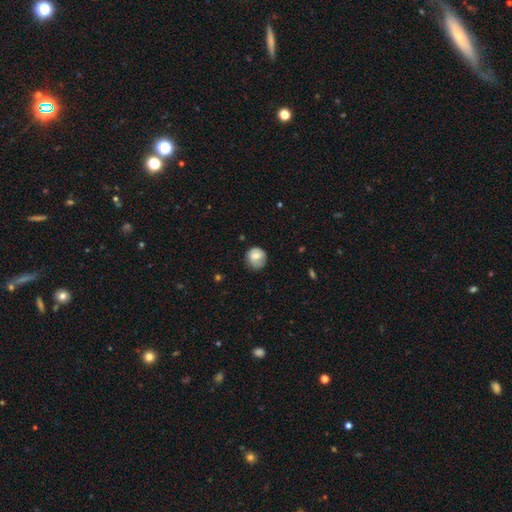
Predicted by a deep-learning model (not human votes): smooth_or_featured: smooth (p=0.70) [alt: featured or disk p=0.22]
how_rounded: round (p=0.81) [alt: in between p=0.18]
merging: none (p=0.67) [alt: minor disturbance p=0.24]